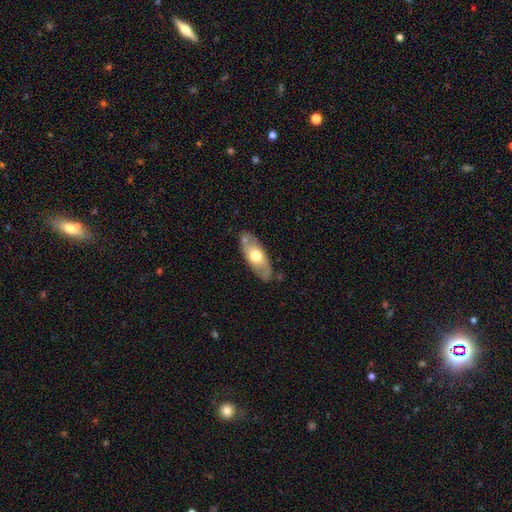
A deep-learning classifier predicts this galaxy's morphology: Q: Smooth or featured?
A: smooth (52%); runner-up: featured or disk (43%)
Q: How rounded?
A: in between (80%); runner-up: cigar-shaped (17%)
Q: Merging?
A: none (76%); runner-up: minor disturbance (16%)